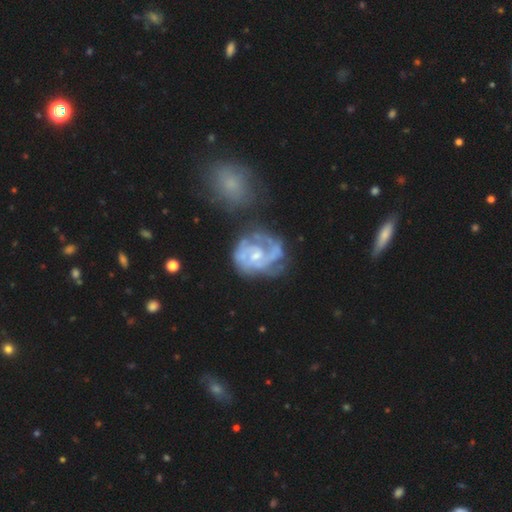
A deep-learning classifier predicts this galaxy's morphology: This appears to be a featured or disk galaxy (84%) with no bar (53%), 2 (38%) tight (48%) spiral arms (89%) and a small central bulge (52%). Merging: none (40%).